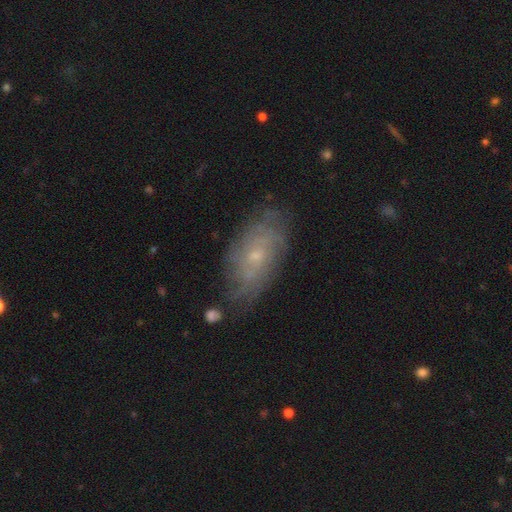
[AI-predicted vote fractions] Overall: featured or disk (60%; smooth 31%). Edge-on disk: no (92%). Bar: no (77%). Spiral arms: yes (76%). Bulge size: small (72%). Merging: none (72%).